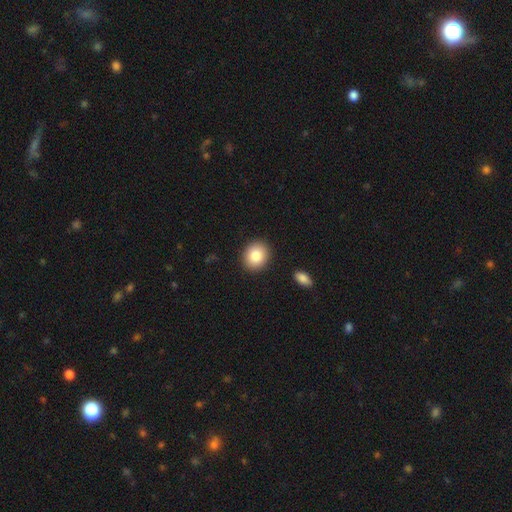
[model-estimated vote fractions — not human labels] This is clearly a smooth galaxy (84%). How rounded: likely round (68%). Merging: clearly none (90%).